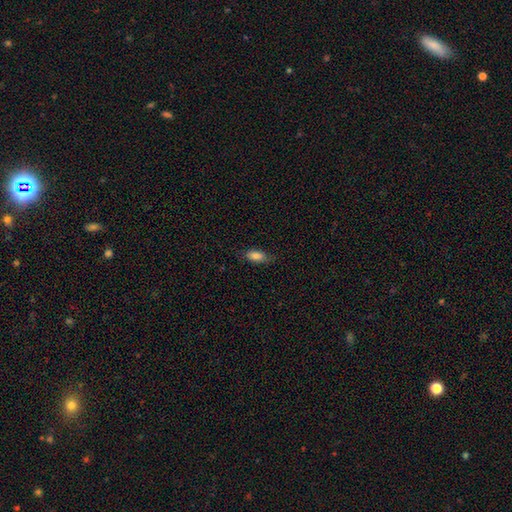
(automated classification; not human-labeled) Smooth or featured? smooth (84%)
How rounded? in between (84%)
Merging? none (76%)